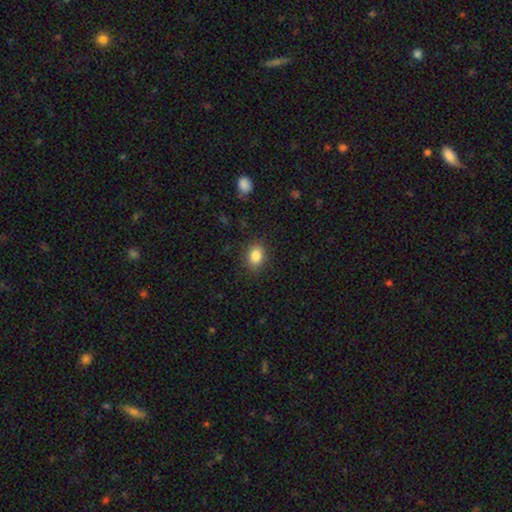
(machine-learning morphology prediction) A smooth galaxy with no disk features (85%) that is in between round and cigar-shaped (76%).

Vote fractions:
- Smooth or featured? smooth: 85% / star or artifact: 9% / featured or disk: 6%
- How rounded? in between: 76% / round: 22% / cigar-shaped: 1%
- Merging? none: 86% / minor disturbance: 10% / major disturbance: 3% / merger: 1%